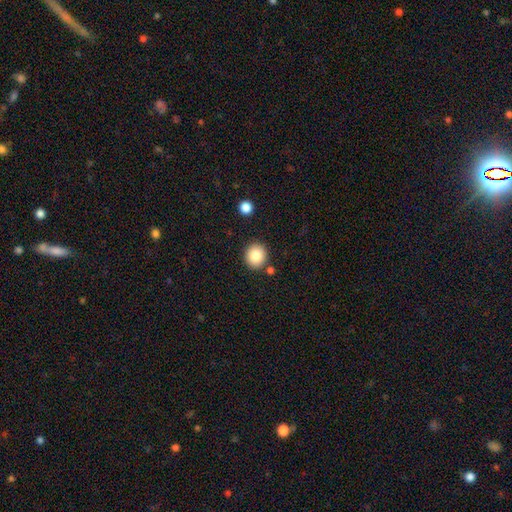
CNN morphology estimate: smooth_or_featured: smooth (p=0.84) [alt: star or artifact p=0.09]
how_rounded: round (p=0.85) [alt: in between p=0.14]
merging: none (p=0.86) [alt: minor disturbance p=0.07]